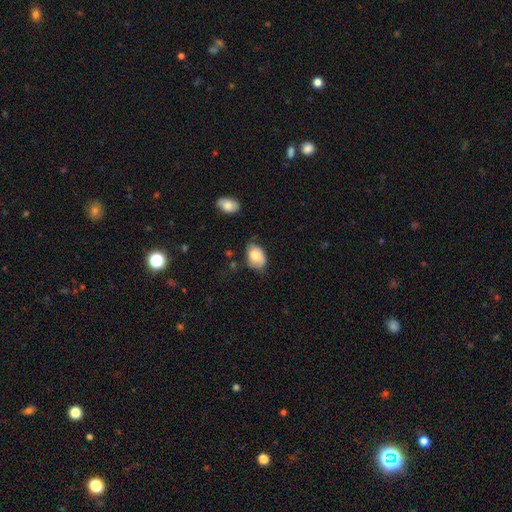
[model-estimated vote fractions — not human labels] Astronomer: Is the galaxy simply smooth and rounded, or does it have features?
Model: smooth — 77%.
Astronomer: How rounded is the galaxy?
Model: in between — 87%.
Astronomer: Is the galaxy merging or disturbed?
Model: none — 60%.